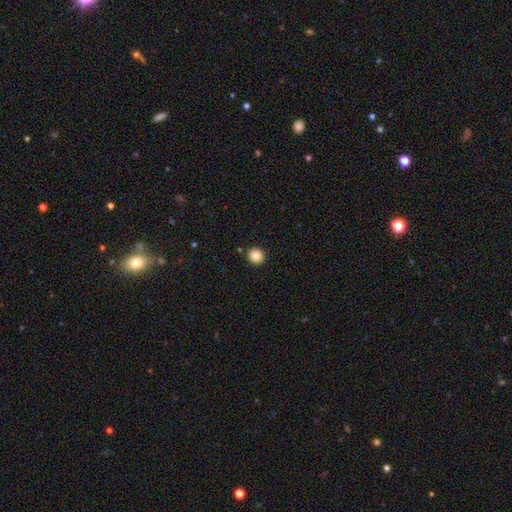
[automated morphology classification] Overall: smooth (84%). How rounded: round (91%). Merging: none (91%).